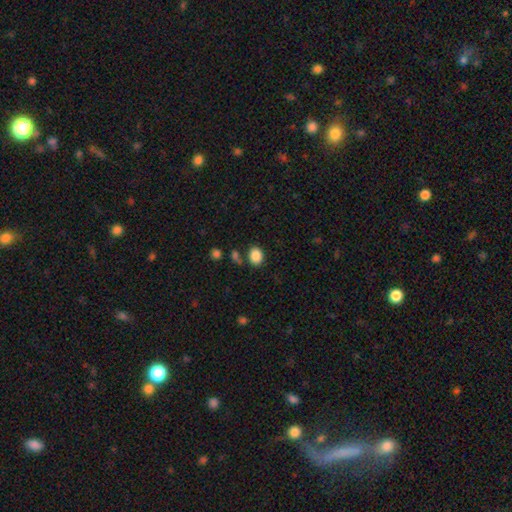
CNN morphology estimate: Smooth or featured? smooth (87%)
How rounded? in between (57%)
Merging? none (78%)